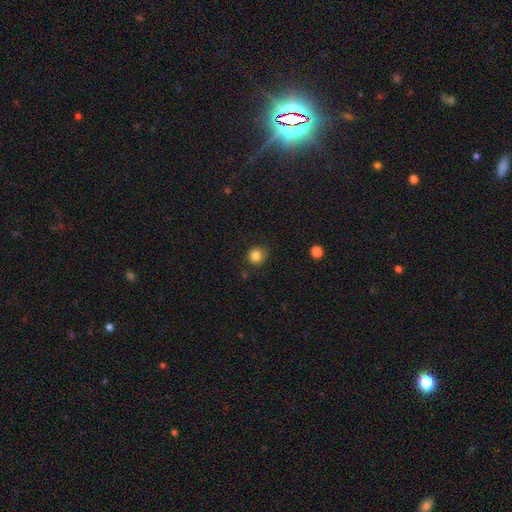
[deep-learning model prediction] This appears to be a smooth galaxy with no disk features (84%) that is round (88%). Merging: none (82%).